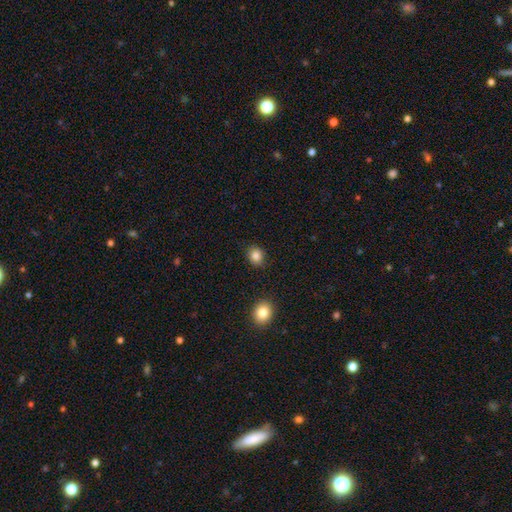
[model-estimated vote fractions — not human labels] Overall: smooth (84%). How rounded: round (73%). Merging: none (88%).